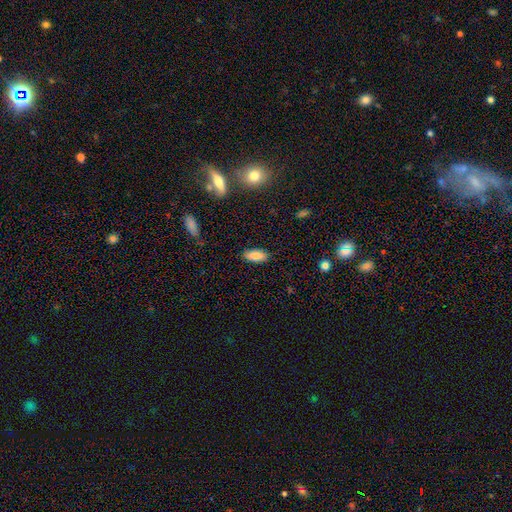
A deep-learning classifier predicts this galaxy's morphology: Smooth or featured: smooth — 86% (star or artifact — 8%)
How rounded: in between — 86% (cigar-shaped — 12%)
Merging: none — 86% (minor disturbance — 10%)